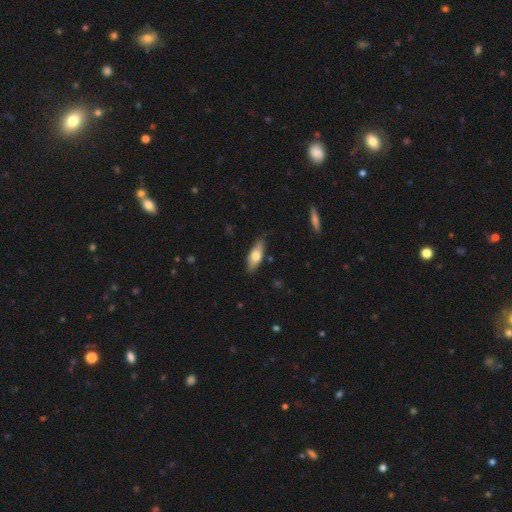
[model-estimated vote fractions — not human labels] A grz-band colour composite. It shows a smooth galaxy with no disk features (67%) that is in between round and cigar-shaped (68%). Merging: none (83%).